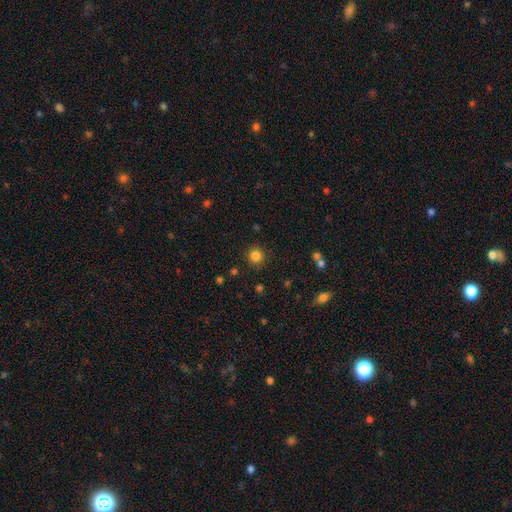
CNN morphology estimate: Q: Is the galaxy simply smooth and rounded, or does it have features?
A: smooth — 84%.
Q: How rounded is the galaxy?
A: round — 93%.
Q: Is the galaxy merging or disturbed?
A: none — 90%.